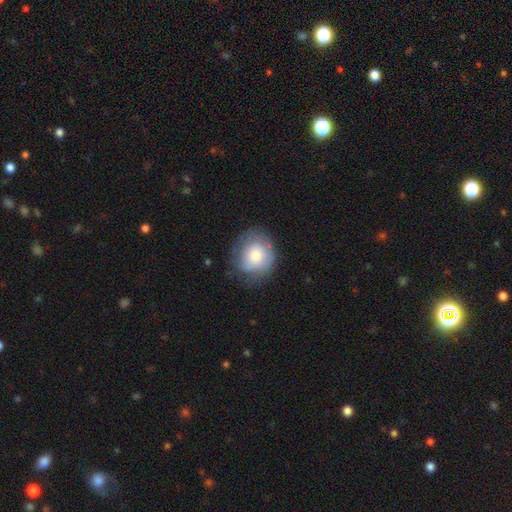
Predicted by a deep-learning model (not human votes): smooth_or_featured: smooth (p=0.68) [alt: featured or disk p=0.25]
how_rounded: round (p=0.76) [alt: in between p=0.23]
merging: none (p=0.64) [alt: minor disturbance p=0.24]